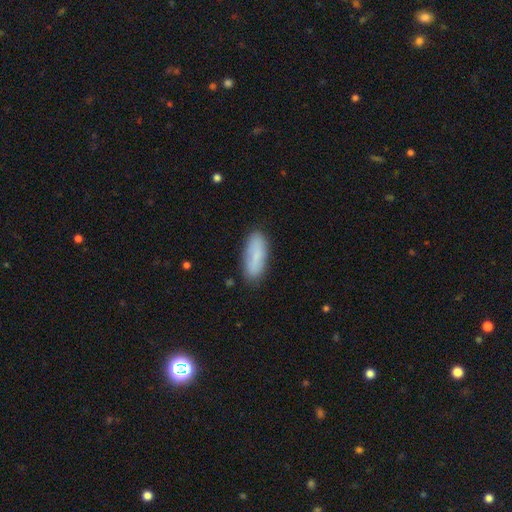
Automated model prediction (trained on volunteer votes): Smooth or featured? Predicted: smooth (p=0.80). How rounded? Predicted: in between (p=0.70). Merging? Predicted: none (p=0.80).